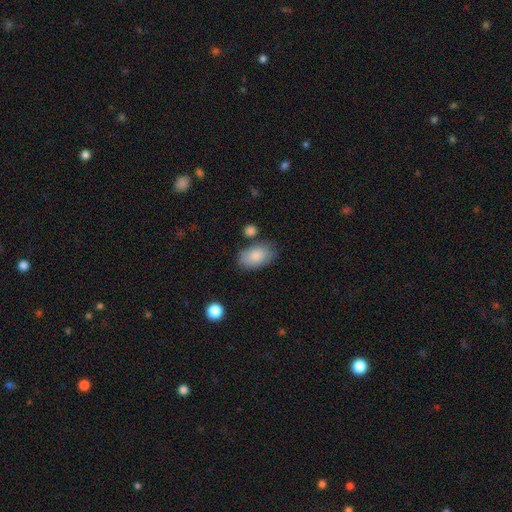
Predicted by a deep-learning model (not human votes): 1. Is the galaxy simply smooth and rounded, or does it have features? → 84% smooth, 10% featured or disk, 6% star or artifact.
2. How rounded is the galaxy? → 93% in between, 6% round, 1% cigar-shaped.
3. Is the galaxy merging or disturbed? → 71% none, 18% minor disturbance, 7% merger, 5% major disturbance.